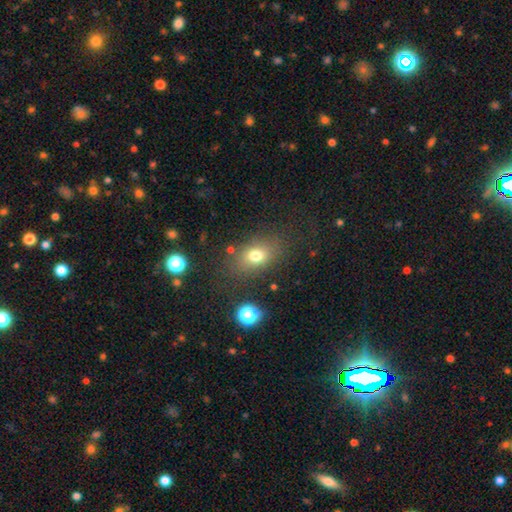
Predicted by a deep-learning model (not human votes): A smooth galaxy with no disk features (73%) that is in between round and cigar-shaped (70%).

Vote fractions:
- Smooth or featured? smooth: 73% / star or artifact: 15% / featured or disk: 12%
- How rounded? in between: 70% / round: 28% / cigar-shaped: 2%
- Merging? none: 77% / minor disturbance: 14% / major disturbance: 7% / merger: 3%